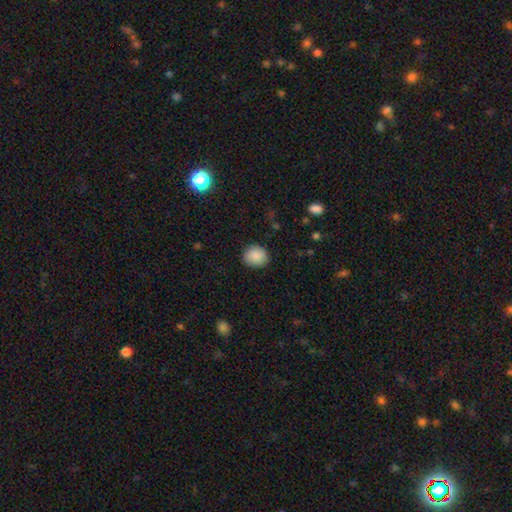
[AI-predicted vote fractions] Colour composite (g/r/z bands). It shows a smooth galaxy with no disk features (89%) that is round (77%). Merging: none (84%).